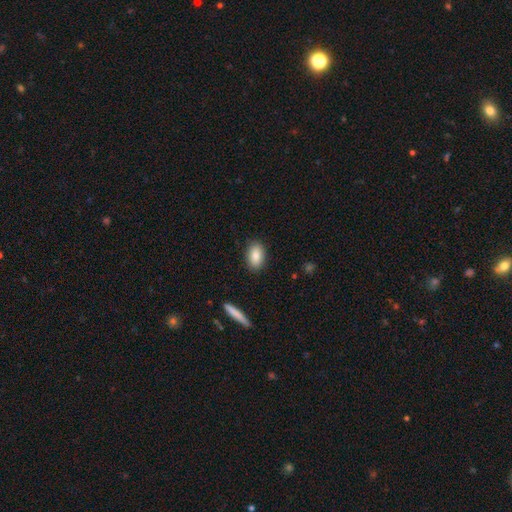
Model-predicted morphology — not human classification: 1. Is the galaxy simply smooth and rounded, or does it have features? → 85% smooth, 8% featured or disk, 7% star or artifact.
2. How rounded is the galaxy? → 90% in between, 7% round, 3% cigar-shaped.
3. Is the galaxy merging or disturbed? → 87% none, 9% minor disturbance, 2% major disturbance, 1% merger.